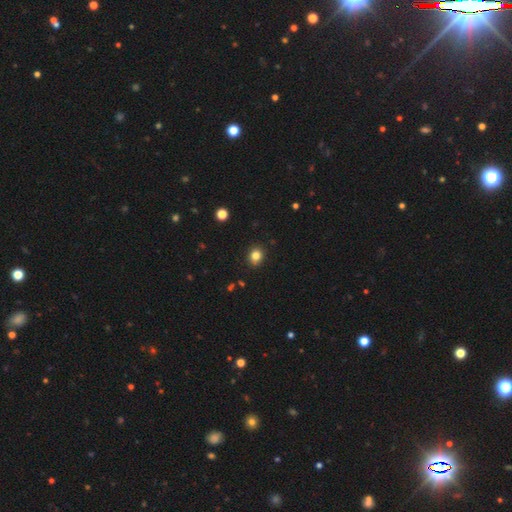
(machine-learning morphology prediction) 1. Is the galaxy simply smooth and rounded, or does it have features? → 82% smooth, 12% star or artifact, 6% featured or disk.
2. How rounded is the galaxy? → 67% round, 32% in between, 1% cigar-shaped.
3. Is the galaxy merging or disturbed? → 88% none, 9% minor disturbance, 2% major disturbance, 1% merger.